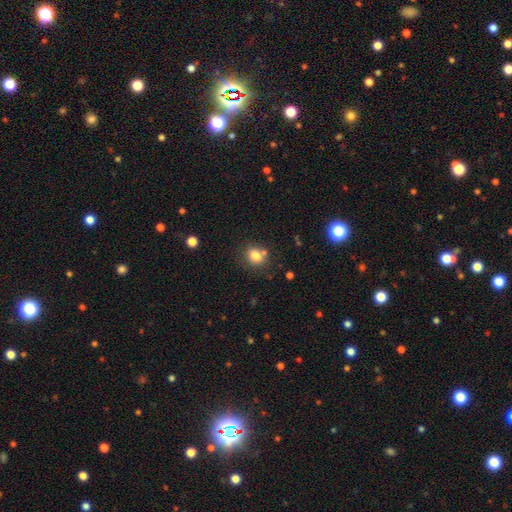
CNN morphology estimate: smooth 80%, star or artifact 12%, featured or disk 8%. Down the decision tree: how rounded — round (61%); merging — none (66%).